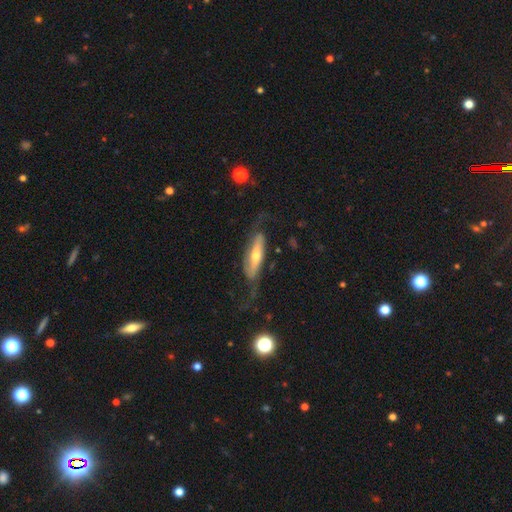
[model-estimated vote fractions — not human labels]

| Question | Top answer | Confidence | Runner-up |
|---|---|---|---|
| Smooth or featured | featured or disk | 72% | smooth (21%) |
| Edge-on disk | no | 63% | yes (37%) |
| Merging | none | 59% | minor disturbance (20%) |